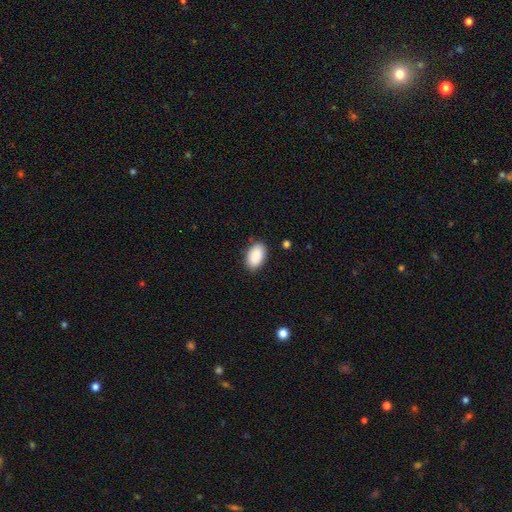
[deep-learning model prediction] A smooth galaxy with no disk features (90%) that is in between round and cigar-shaped (93%).

Vote fractions:
- Smooth or featured? smooth: 90% / star or artifact: 7% / featured or disk: 3%
- How rounded? in between: 93% / round: 5% / cigar-shaped: 1%
- Merging? none: 86% / minor disturbance: 10% / major disturbance: 2% / merger: 1%